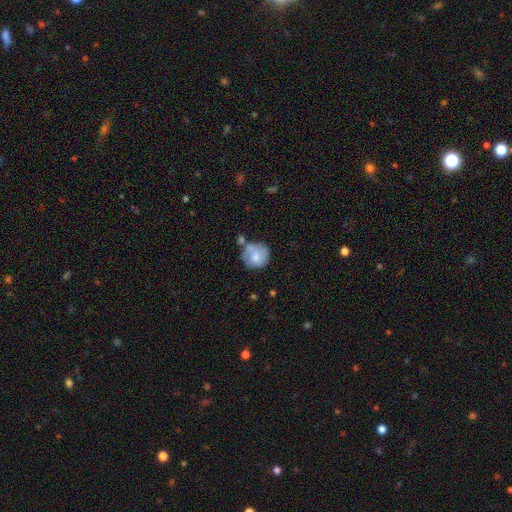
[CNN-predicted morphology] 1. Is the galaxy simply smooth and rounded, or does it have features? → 71% smooth, 21% featured or disk, 7% star or artifact.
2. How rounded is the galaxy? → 86% round, 14% in between, 1% cigar-shaped.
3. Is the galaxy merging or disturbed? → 49% none, 23% minor disturbance, 18% merger, 9% major disturbance.